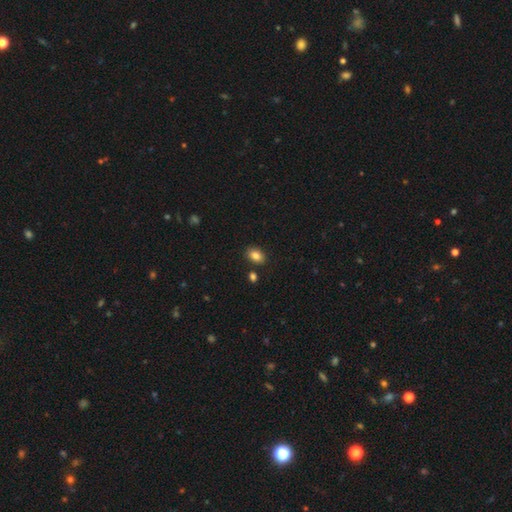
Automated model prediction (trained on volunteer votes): A smooth galaxy with no disk features (85%) that is in between round and cigar-shaped (81%). Merging: none (84%).